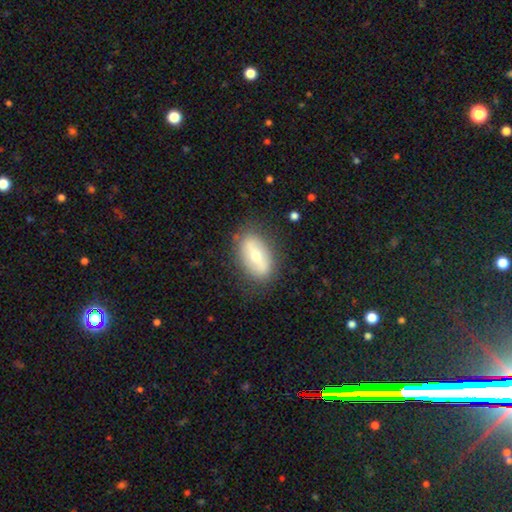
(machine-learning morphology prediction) The model was most divided on "smooth or featured": smooth: 48%, featured or disk: 45%, star or artifact: 7%. More confident: merging — none (82%).